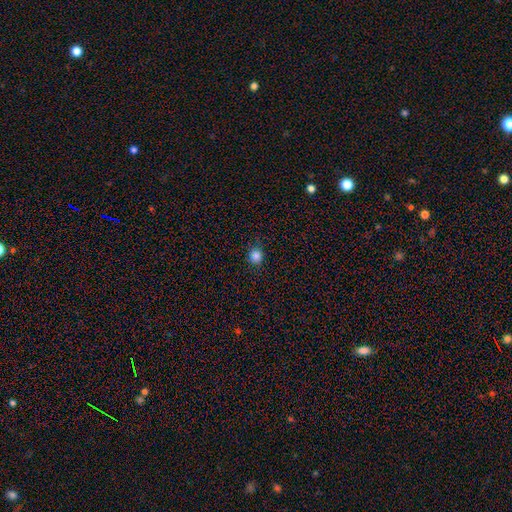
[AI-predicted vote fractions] smooth 84%, star or artifact 12%, featured or disk 4%. Down the decision tree: how rounded — round (90%); merging — none (88%).